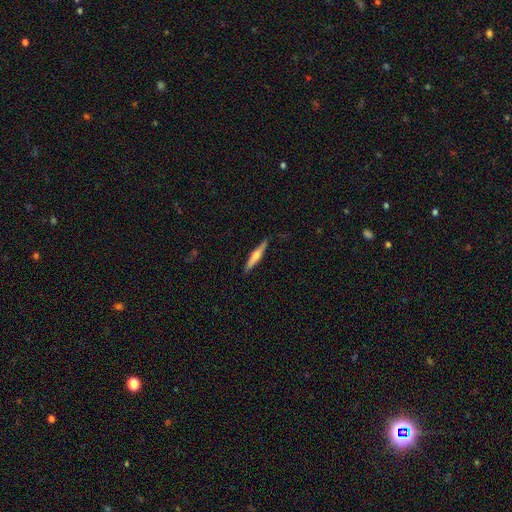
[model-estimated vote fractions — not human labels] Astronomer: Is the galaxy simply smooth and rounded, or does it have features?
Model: featured or disk — 59% (runner-up: smooth, 35%).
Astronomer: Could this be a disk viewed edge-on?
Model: yes — 97%.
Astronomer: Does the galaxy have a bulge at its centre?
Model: rounded — 88%.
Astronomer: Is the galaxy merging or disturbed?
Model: none — 89%.